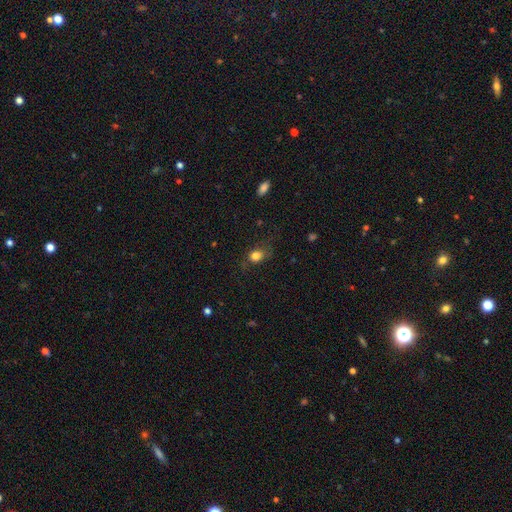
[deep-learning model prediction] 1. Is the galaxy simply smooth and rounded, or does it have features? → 80% smooth, 11% star or artifact, 9% featured or disk.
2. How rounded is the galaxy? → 52% round, 47% in between, 2% cigar-shaped.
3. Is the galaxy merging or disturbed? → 57% none, 24% minor disturbance, 17% major disturbance, 2% merger.